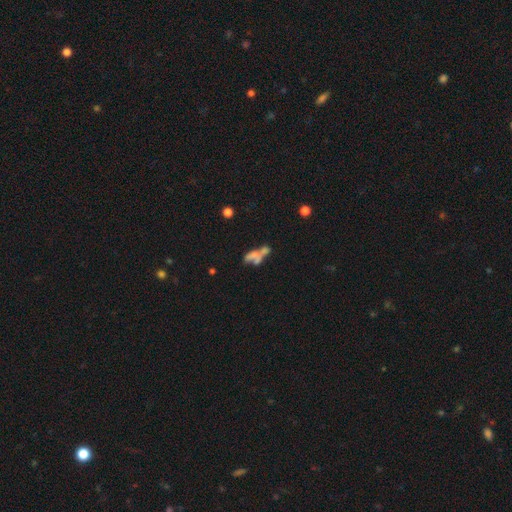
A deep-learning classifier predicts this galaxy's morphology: Smooth or featured? Predicted: smooth (p=0.45). Merging? Predicted: merger (p=0.52).